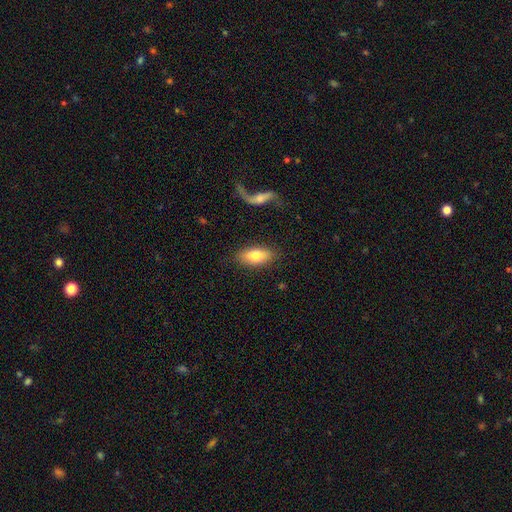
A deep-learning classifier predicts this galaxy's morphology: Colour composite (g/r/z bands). It shows a smooth galaxy with no disk features (75%) that is in between round and cigar-shaped (89%). Merging: none (80%).